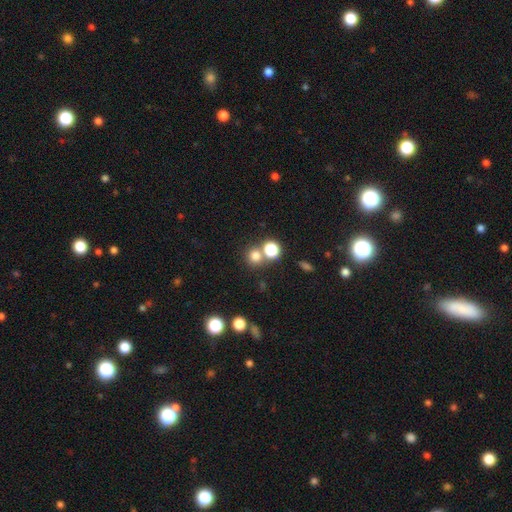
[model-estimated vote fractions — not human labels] A smooth galaxy with no disk features (74%) that is round (88%).

Vote fractions:
- Smooth or featured? smooth: 74% / star or artifact: 19% / featured or disk: 7%
- How rounded? round: 88% / in between: 11% / cigar-shaped: 1%
- Merging? none: 64% / merger: 25% / minor disturbance: 7% / major disturbance: 3%